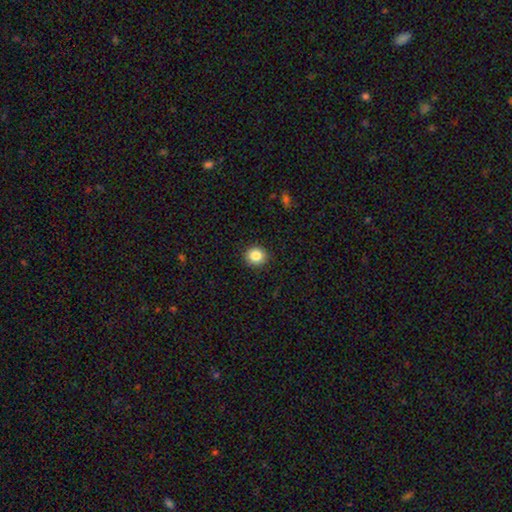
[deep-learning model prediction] This is clearly a smooth galaxy (85%). How rounded: clearly round (89%). Merging: clearly none (92%).